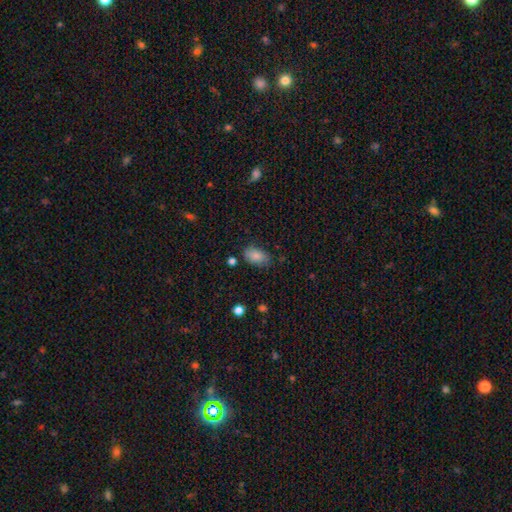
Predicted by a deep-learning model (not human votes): smooth_or_featured: smooth (p=0.85) [alt: star or artifact p=0.08]
how_rounded: in between (p=0.90) [alt: round p=0.08]
merging: none (p=0.73) [alt: minor disturbance p=0.20]